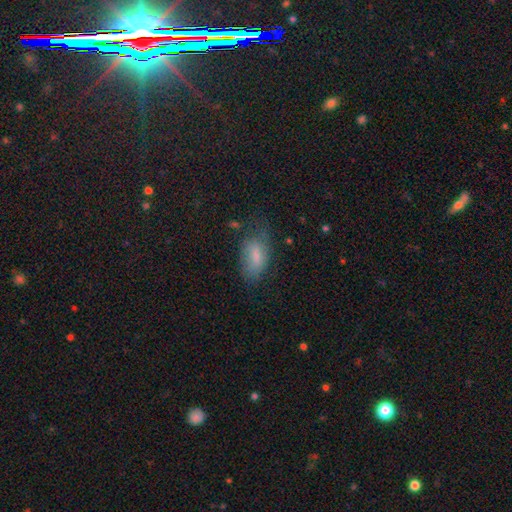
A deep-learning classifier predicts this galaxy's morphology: Smooth or featured: smooth — 75% (featured or disk — 16%)
How rounded: in between — 90% (cigar-shaped — 6%)
Merging: none — 53% (minor disturbance — 29%)